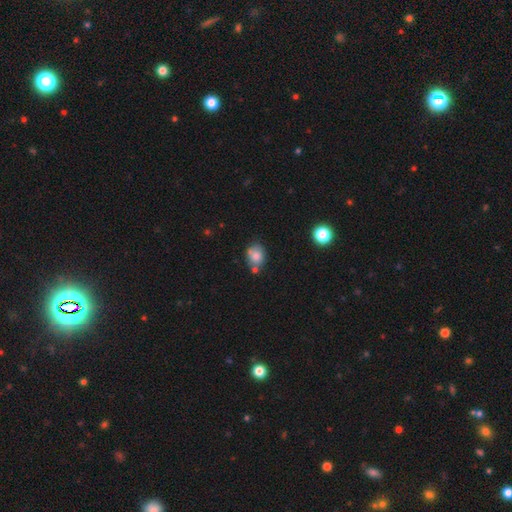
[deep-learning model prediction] This appears to be a smooth galaxy with no disk features (76%) that is in between round and cigar-shaped (50%). Merging: none (57%).